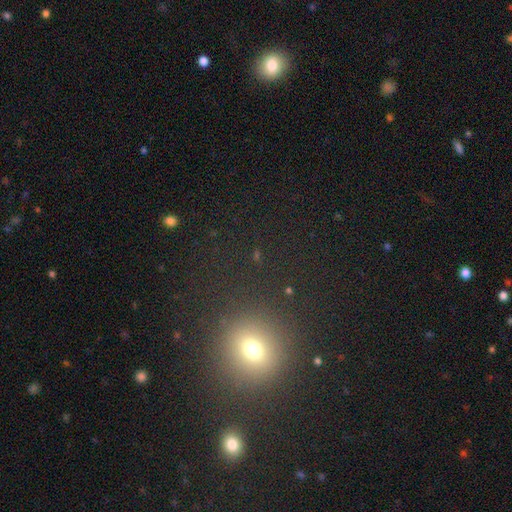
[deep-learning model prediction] A smooth galaxy with no disk features (55%) that is round (85%).

Vote fractions:
- Smooth or featured? smooth: 55% / star or artifact: 36% / featured or disk: 9%
- How rounded? round: 85% / in between: 13% / cigar-shaped: 2%
- Merging? none: 86% / minor disturbance: 7% / major disturbance: 4% / merger: 3%